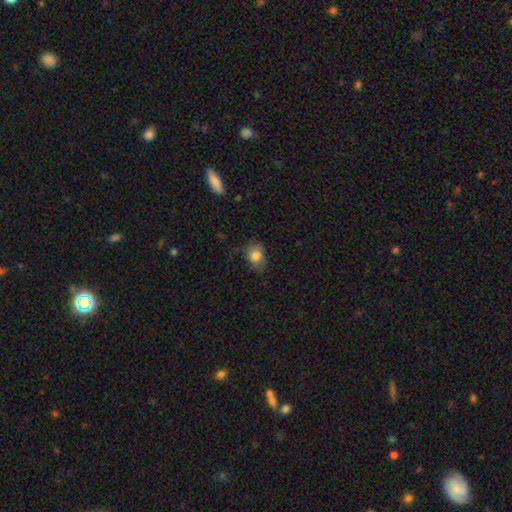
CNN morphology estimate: The model was most divided on "how rounded": in between: 55%, round: 44%, cigar-shaped: 1%. More confident: smooth or featured — smooth (82%); merging — none (60%).